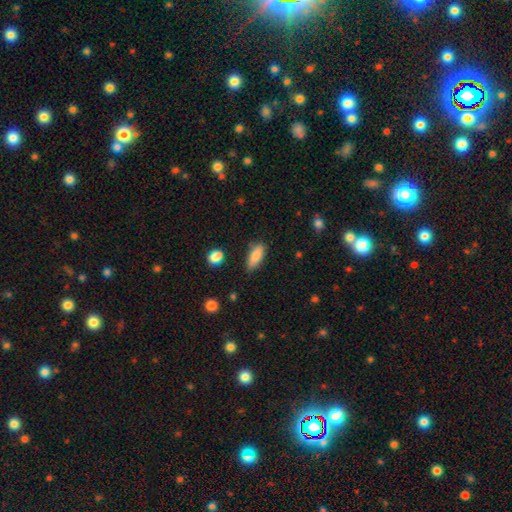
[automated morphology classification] Smooth or featured? Predicted: smooth (p=0.84). How rounded? Predicted: in between (p=0.72). Merging? Predicted: none (p=0.76).